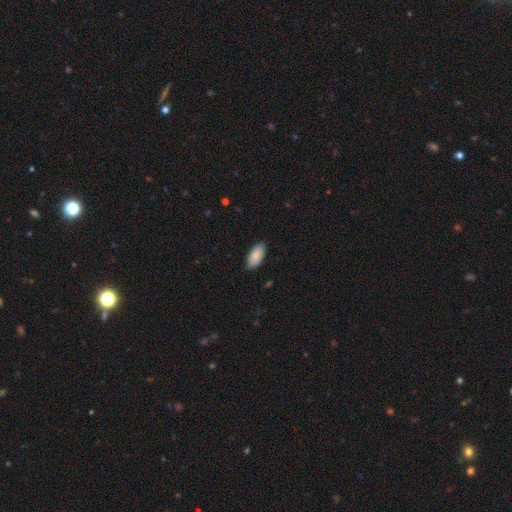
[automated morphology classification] Q: Smooth or featured?
A: smooth (87%); runner-up: featured or disk (7%)
Q: How rounded?
A: in between (92%); runner-up: cigar-shaped (7%)
Q: Merging?
A: none (88%); runner-up: minor disturbance (10%)